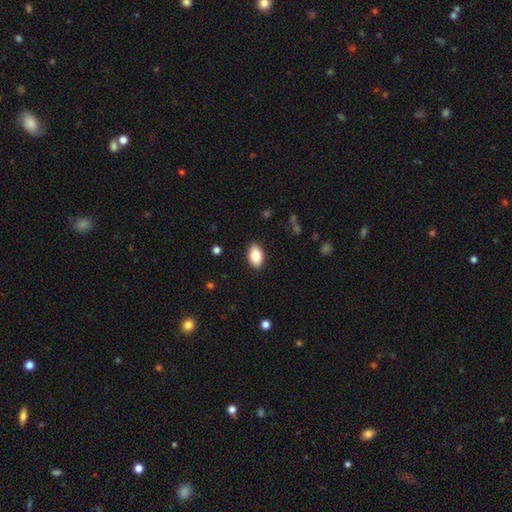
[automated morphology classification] Smooth or featured? smooth (83%)
How rounded? in between (91%)
Merging? none (89%)